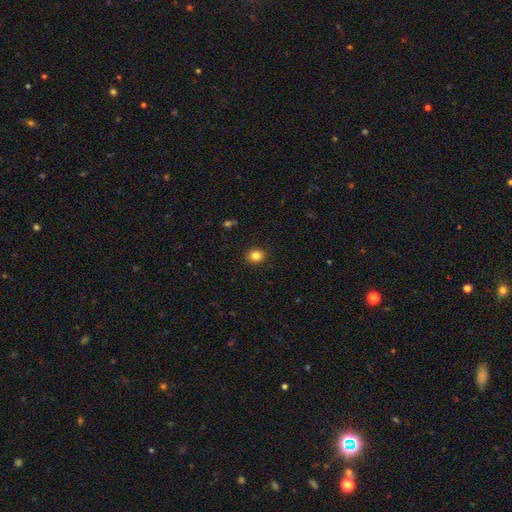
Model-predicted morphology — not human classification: The model was most divided on "how rounded": round: 65%, in between: 34%, cigar-shaped: 1%. More confident: merging — none (90%); smooth or featured — smooth (84%).